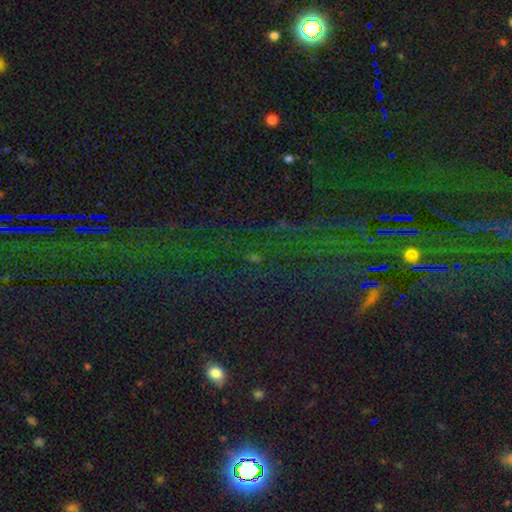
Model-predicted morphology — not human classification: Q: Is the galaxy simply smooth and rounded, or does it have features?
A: star or artifact — 76%.